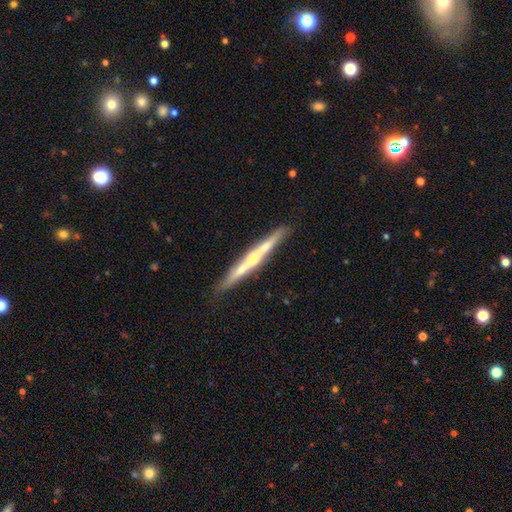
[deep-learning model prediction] Smooth or featured: featured or disk — 74% (smooth — 20%)
Edge-on disk: yes — 97% (no — 3%)
Edge-on bulge: rounded — 67% (none — 26%)
Merging: none — 84% (minor disturbance — 9%)